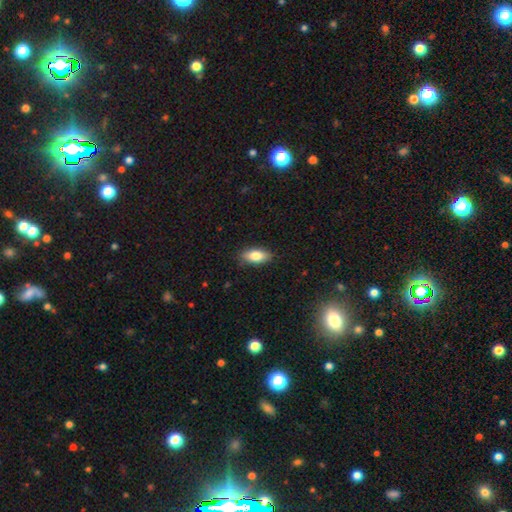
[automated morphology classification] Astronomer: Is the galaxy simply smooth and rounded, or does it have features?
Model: smooth — 81%.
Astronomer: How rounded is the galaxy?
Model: in between — 84%.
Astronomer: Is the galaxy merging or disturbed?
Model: none — 85%.